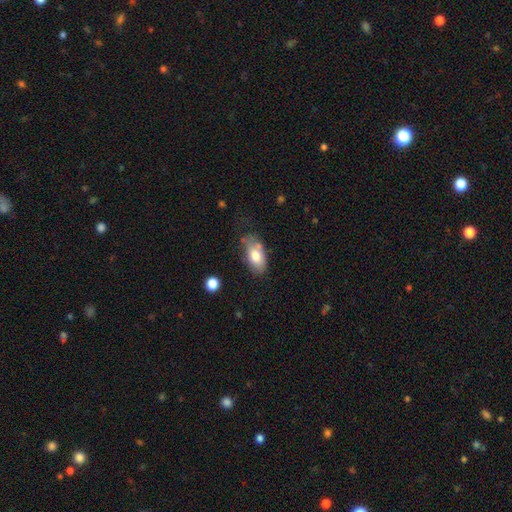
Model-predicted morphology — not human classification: smooth_or_featured: smooth (p=0.74) [alt: featured or disk p=0.19]
how_rounded: in between (p=0.91) [alt: round p=0.05]
merging: none (p=0.56) [alt: minor disturbance p=0.27]